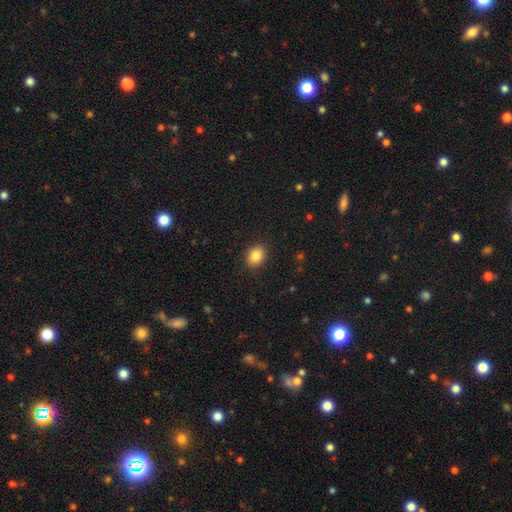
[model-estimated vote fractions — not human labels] smooth 85%, star or artifact 9%, featured or disk 5%. Down the decision tree: how rounded — round (50%); merging — none (90%).